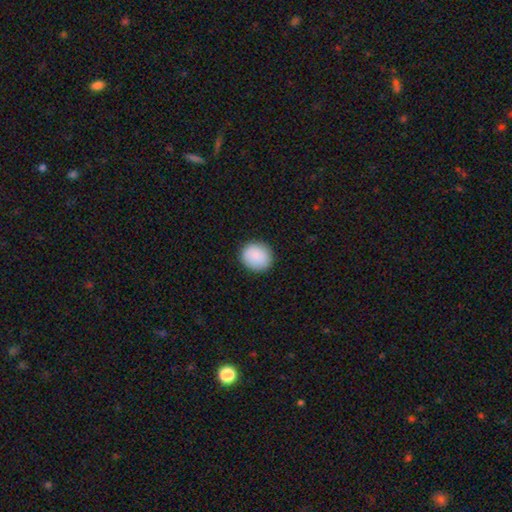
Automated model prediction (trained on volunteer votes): This is clearly a smooth galaxy (89%). How rounded: clearly round (83%). Merging: clearly none (89%).